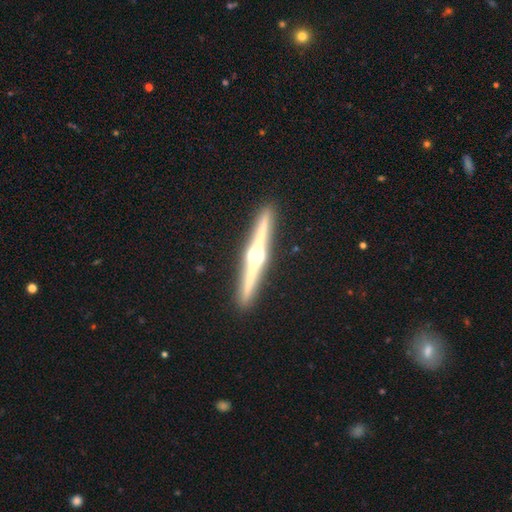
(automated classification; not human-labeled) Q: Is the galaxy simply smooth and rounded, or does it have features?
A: featured or disk — 86%.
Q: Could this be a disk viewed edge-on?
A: yes — 99%.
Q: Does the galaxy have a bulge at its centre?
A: rounded — 93%.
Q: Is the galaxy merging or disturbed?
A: none — 93%.